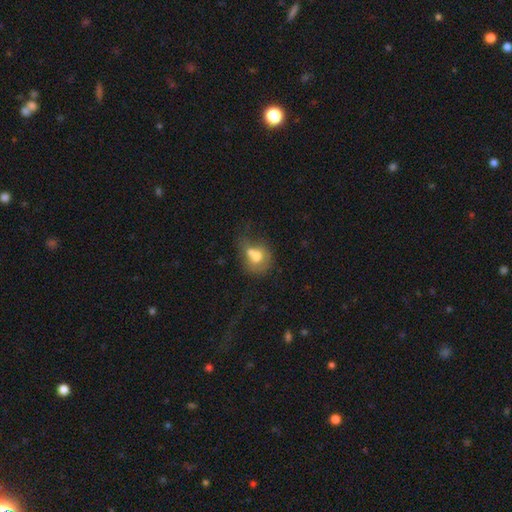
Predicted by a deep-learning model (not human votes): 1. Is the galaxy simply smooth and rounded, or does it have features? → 64% smooth, 27% featured or disk, 9% star or artifact.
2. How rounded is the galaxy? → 63% round, 36% in between, 1% cigar-shaped.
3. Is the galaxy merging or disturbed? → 56% merger, 22% none, 12% minor disturbance, 10% major disturbance.